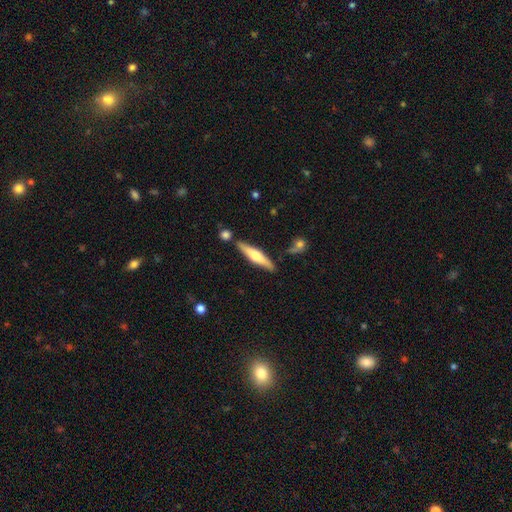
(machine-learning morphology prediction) smooth_or_featured: featured or disk (p=0.55) [alt: smooth p=0.40]
disk_edge_on: yes (p=0.94) [alt: no p=0.06]
edge_on_bulge: rounded (p=0.90) [alt: boxy p=0.05]
merging: none (p=0.82) [alt: minor disturbance p=0.10]